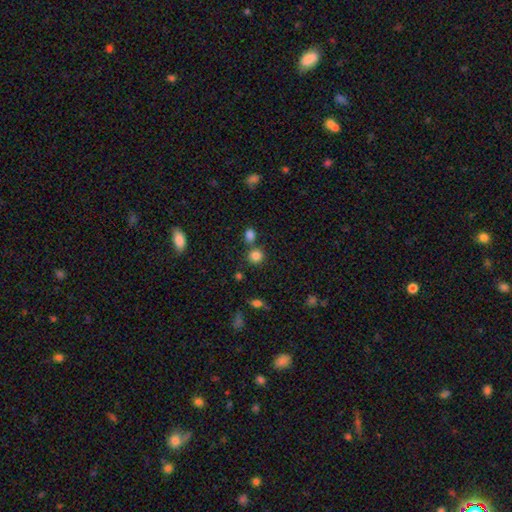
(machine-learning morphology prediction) This is clearly a smooth galaxy (82%). How rounded: clearly round (86%). Merging: likely none (68%).